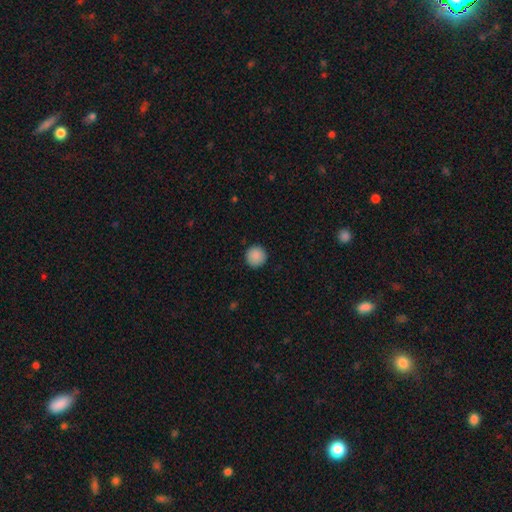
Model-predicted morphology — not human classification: This appears to be a smooth galaxy with no disk features (89%) that is round (96%). Merging: none (91%).